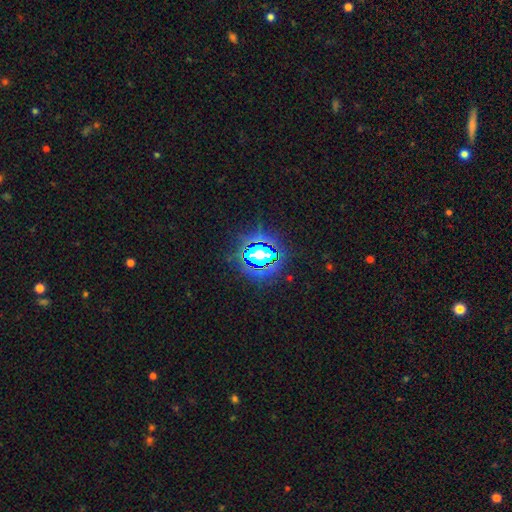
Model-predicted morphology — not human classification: A star or artifact, not a galaxy (80%).

Vote fractions:
- Smooth or featured? star or artifact: 80% / smooth: 13% / featured or disk: 7%